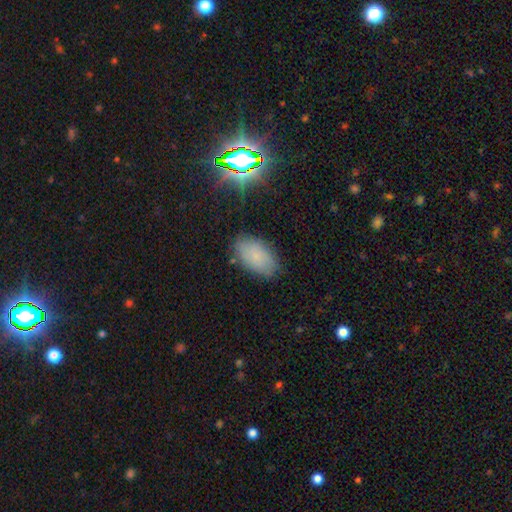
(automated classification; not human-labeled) A smooth galaxy with no disk features (75%) that is in between round and cigar-shaped (94%). Merging: none (83%).